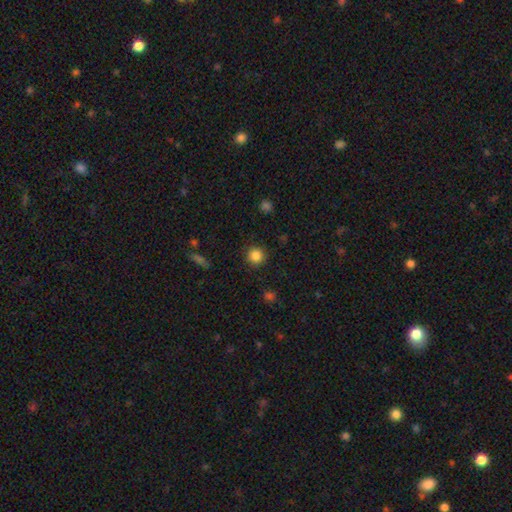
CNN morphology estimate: This is clearly a smooth galaxy (85%). How rounded: clearly round (94%). Merging: clearly none (90%).